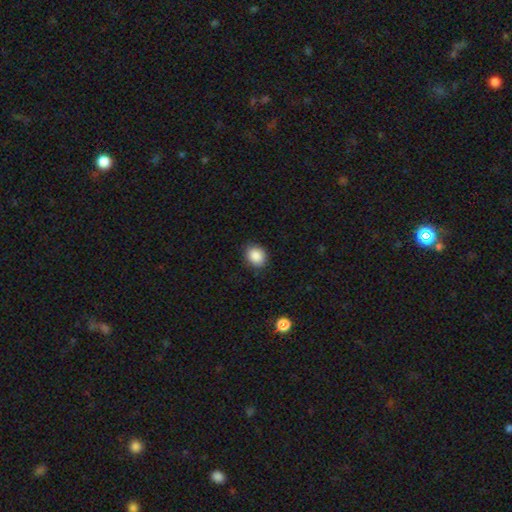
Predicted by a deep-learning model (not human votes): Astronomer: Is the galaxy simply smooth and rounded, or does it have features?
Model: smooth — 88%.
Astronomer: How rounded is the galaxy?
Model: round — 54% (runner-up: in between, 45%).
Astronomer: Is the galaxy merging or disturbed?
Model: none — 86%.